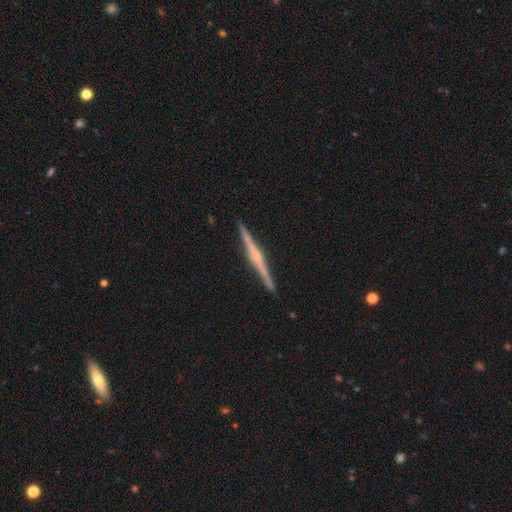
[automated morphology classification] Smooth or featured?
  - featured or disk: 80% *
  - smooth: 15%
  - star or artifact: 5%
Edge-on disk?
  - yes: 99% *
  - no: 1%
Edge-on bulge?
  - rounded: 58% *
  - none: 23%
  - boxy: 19%
Merging?
  - none: 93% *
  - minor disturbance: 5%
  - major disturbance: 1%
  - merger: 1%